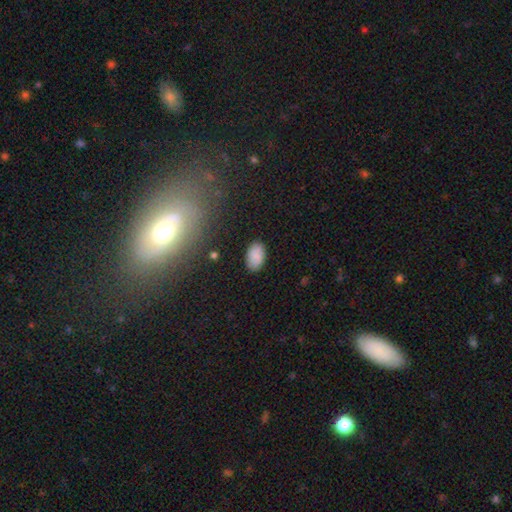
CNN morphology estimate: This is clearly a smooth galaxy (85%). How rounded: clearly in between (92%). Merging: clearly none (83%).